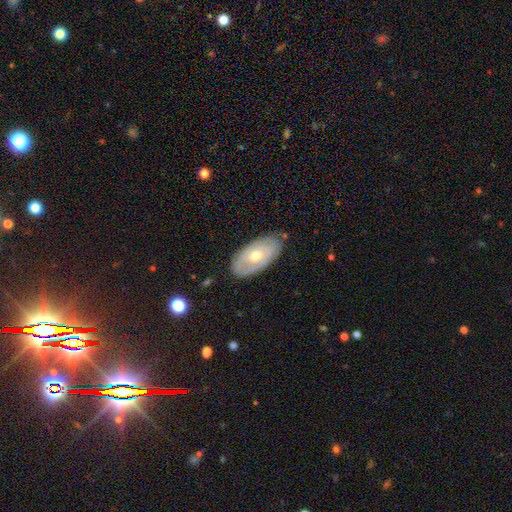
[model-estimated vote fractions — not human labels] Smooth or featured?
  - featured or disk: 61% *
  - smooth: 33%
  - star or artifact: 6%
Edge-on disk?
  - no: 89% *
  - yes: 11%
Bar?
  - no: 76% *
  - weak: 19%
  - strong: 4%
Spiral arms?
  - yes: 54% *
  - no: 46%
Bulge size?
  - moderate: 66% *
  - small: 29%
  - large: 3%
  - none: 1%
  - dominant: 1%
Merging?
  - none: 77% *
  - minor disturbance: 18%
  - major disturbance: 4%
  - merger: 1%